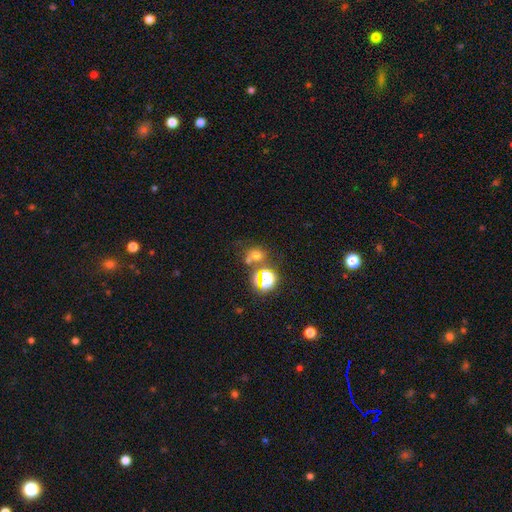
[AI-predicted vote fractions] Overall: smooth (53%; star or artifact 34%). How rounded: round (73%). Merging: none (51%; merger 32%).